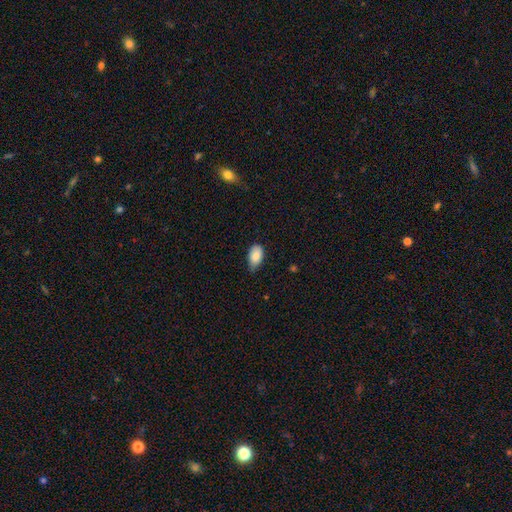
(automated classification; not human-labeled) Smooth or featured? smooth (85%)
How rounded? in between (92%)
Merging? none (57%)